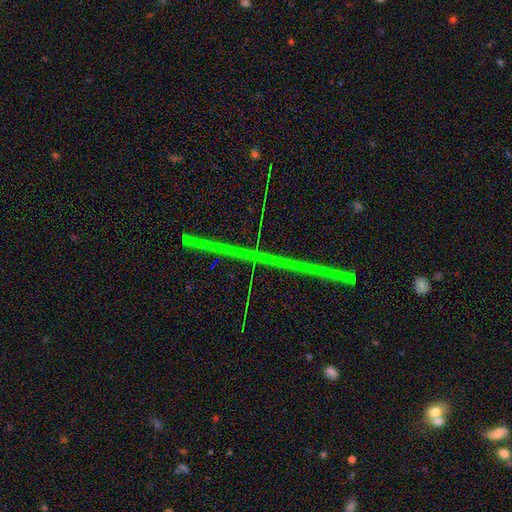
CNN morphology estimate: This appears to be a star or artifact, not a galaxy (66%).